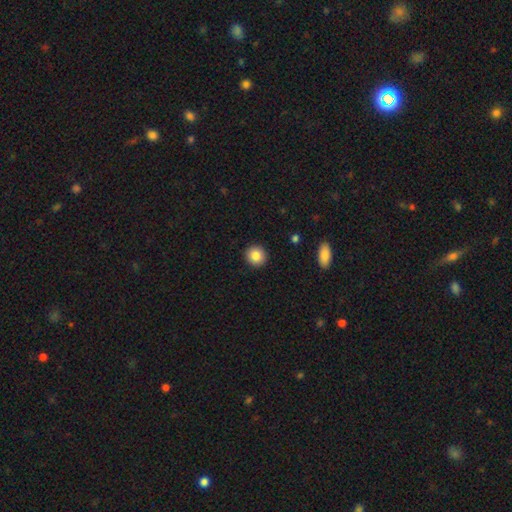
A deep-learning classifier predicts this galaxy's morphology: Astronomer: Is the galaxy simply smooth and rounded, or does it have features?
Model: smooth — 85%.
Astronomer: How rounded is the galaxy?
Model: round — 92%.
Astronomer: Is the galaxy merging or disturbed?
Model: none — 92%.